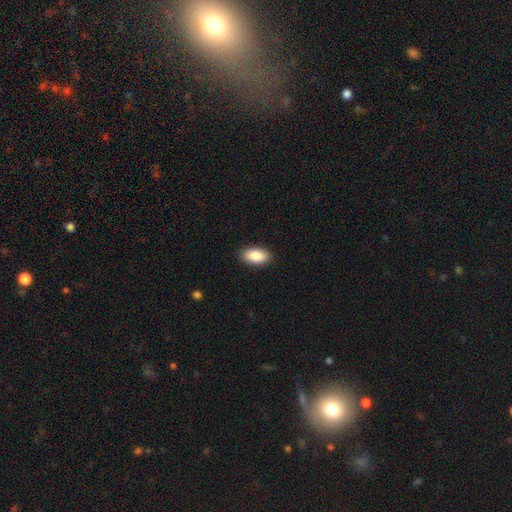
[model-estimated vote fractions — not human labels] Smooth or featured? smooth (88%)
How rounded? in between (94%)
Merging? none (90%)